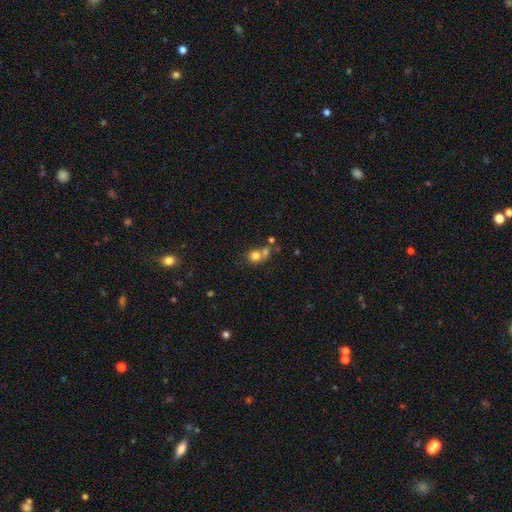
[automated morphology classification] Smooth or featured: smooth — 76% (star or artifact — 12%)
How rounded: round — 78% (in between — 21%)
Merging: merger — 45% (none — 42%)